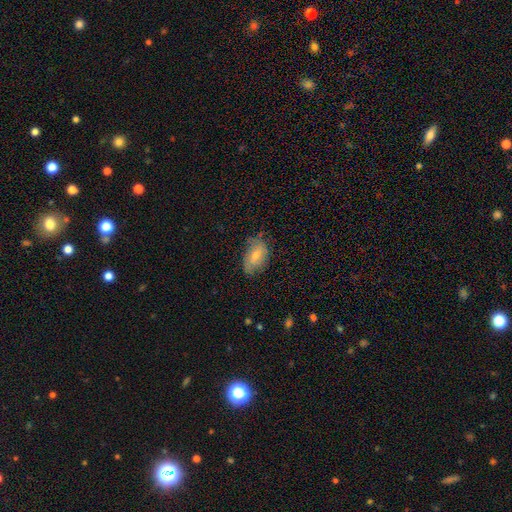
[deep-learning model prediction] Q: Smooth or featured?
A: smooth (62%); runner-up: featured or disk (31%)
Q: How rounded?
A: in between (89%); runner-up: round (9%)
Q: Merging?
A: none (64%); runner-up: minor disturbance (27%)